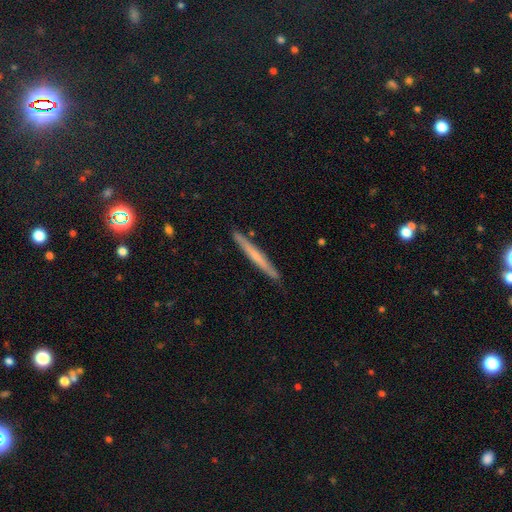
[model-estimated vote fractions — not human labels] smooth_or_featured: smooth (p=0.50) [alt: featured or disk p=0.44]
merging: none (p=0.89) [alt: minor disturbance p=0.08]